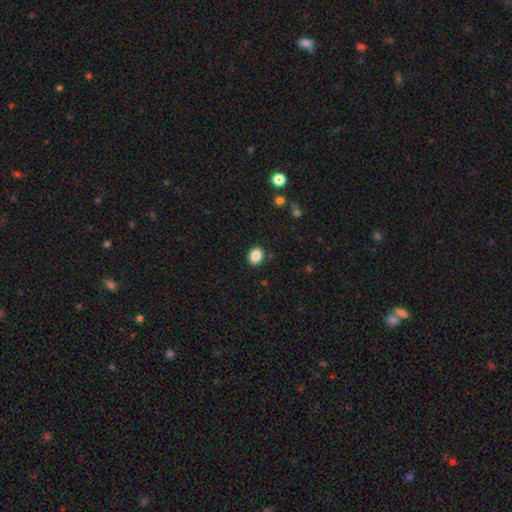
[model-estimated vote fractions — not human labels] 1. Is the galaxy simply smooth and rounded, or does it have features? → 88% smooth, 9% star or artifact, 4% featured or disk.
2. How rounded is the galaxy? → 64% in between, 35% round, 1% cigar-shaped.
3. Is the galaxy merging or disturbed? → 89% none, 8% minor disturbance, 2% major disturbance, 1% merger.